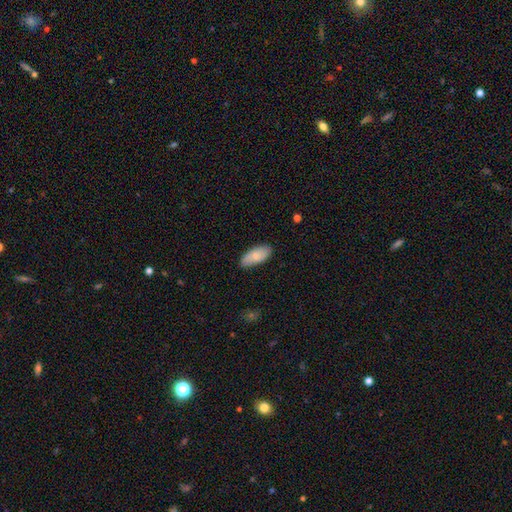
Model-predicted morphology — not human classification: smooth 77%, featured or disk 17%, star or artifact 6%. Down the decision tree: how rounded — in between (91%); merging — none (81%).